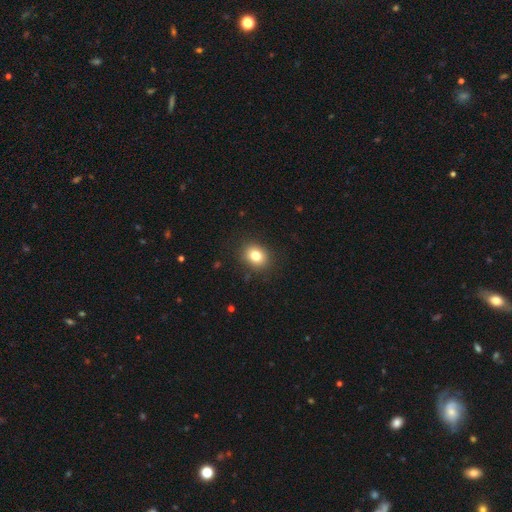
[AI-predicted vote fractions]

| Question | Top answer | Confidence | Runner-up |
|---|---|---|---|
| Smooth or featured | smooth | 81% | star or artifact (11%) |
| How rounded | round | 60% | in between (39%) |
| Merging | none | 88% | minor disturbance (8%) |